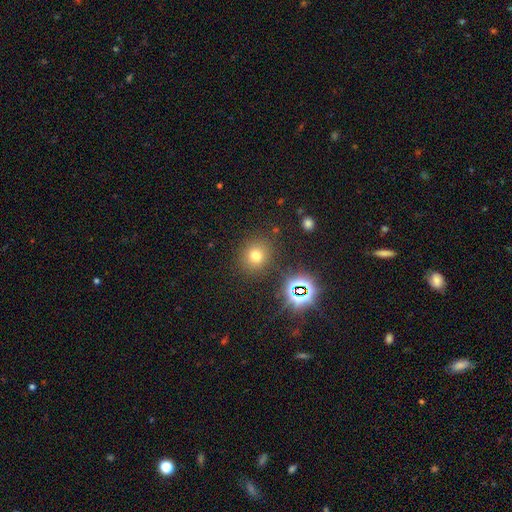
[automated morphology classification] type=smooth (67%); roundness=round (87%); merging=none (85%).